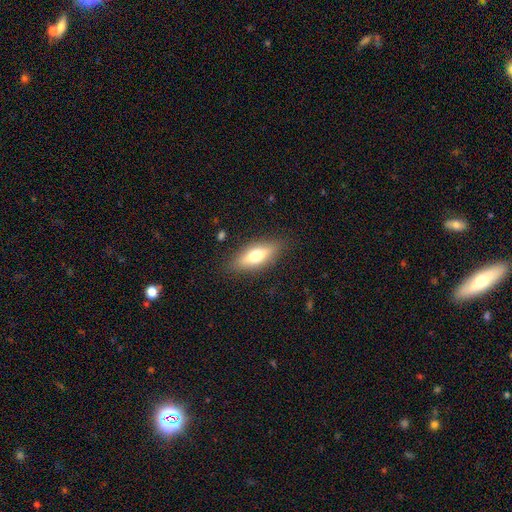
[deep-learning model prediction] Smooth or featured? Predicted: smooth (p=0.62). How rounded? Predicted: in between (p=0.64). Merging? Predicted: none (p=0.85).